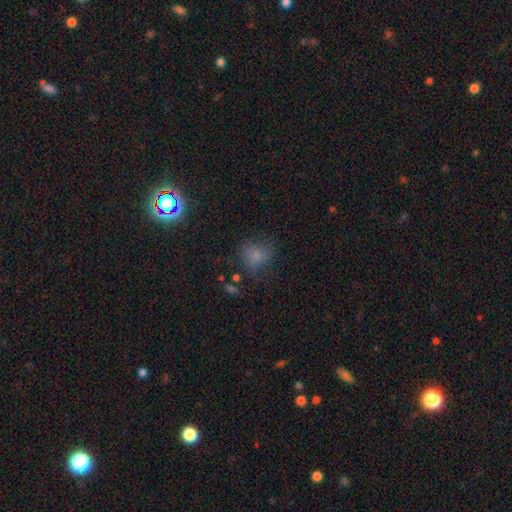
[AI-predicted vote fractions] smooth_or_featured: smooth (p=0.73) [alt: star or artifact p=0.15]
how_rounded: round (p=0.75) [alt: in between p=0.24]
merging: none (p=0.57) [alt: minor disturbance p=0.25]